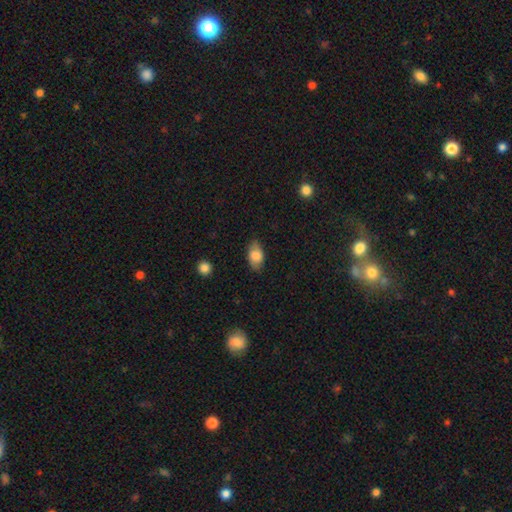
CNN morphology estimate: Smooth or featured: smooth — 78% (featured or disk — 14%)
How rounded: in between — 90% (round — 7%)
Merging: none — 80% (minor disturbance — 15%)